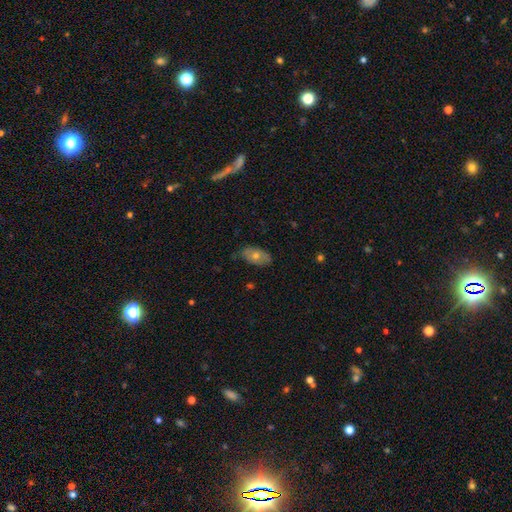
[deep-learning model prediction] Overall: smooth (50%; featured or disk 40%). How rounded: in between (89%). Merging: none (77%).